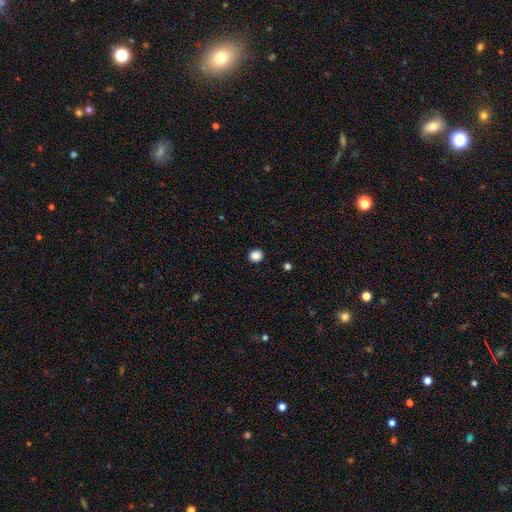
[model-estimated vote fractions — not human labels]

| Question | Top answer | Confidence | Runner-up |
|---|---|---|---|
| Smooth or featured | smooth | 87% | star or artifact (10%) |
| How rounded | round | 75% | in between (24%) |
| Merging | none | 91% | minor disturbance (6%) |